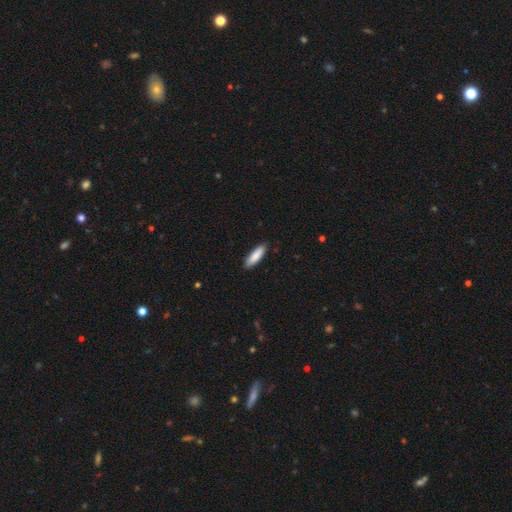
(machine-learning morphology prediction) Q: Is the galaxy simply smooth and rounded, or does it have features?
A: smooth — 87%.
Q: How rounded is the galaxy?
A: cigar-shaped — 62%.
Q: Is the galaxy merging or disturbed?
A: none — 89%.